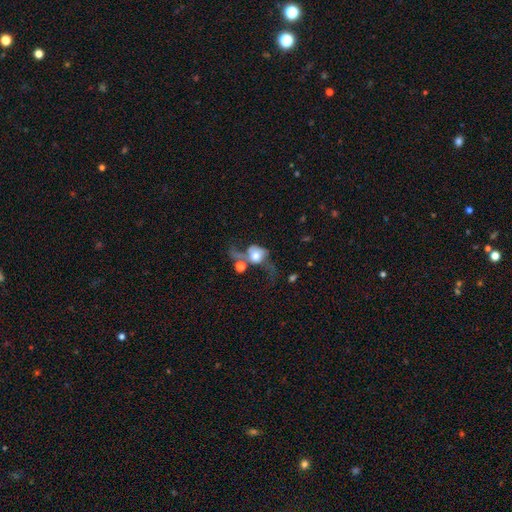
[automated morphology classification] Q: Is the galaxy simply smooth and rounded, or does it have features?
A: featured or disk — 53%.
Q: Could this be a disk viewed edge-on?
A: no — 94%.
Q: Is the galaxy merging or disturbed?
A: major disturbance — 41%.